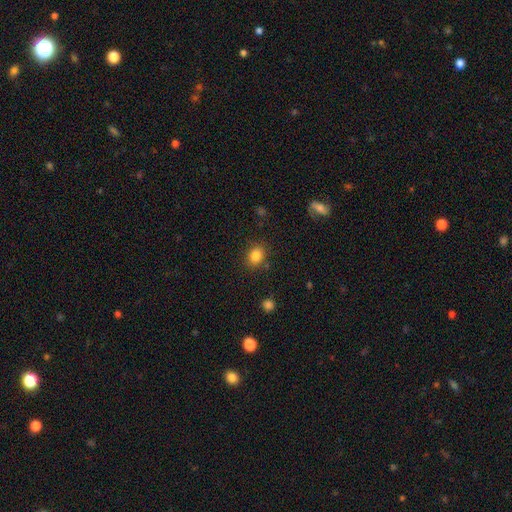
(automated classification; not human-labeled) smooth-or-featured: smooth: 84% | star or artifact: 11% | featured or disk: 5%
  how-rounded: round: 55% | in between: 44% | cigar-shaped: 1%
  merging: none: 82% | minor disturbance: 11% | major disturbance: 4% | merger: 3%